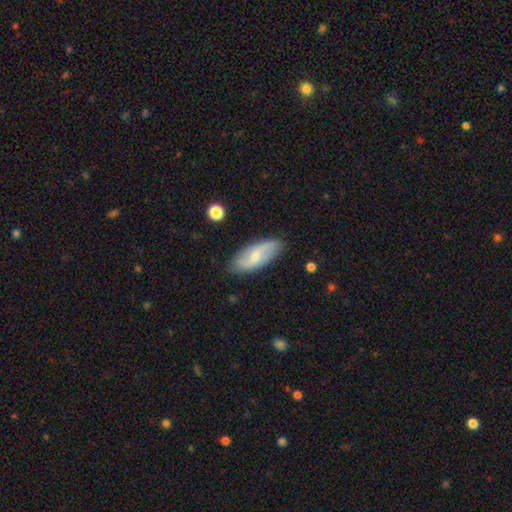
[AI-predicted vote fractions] This appears to be a featured or disk galaxy (61%) with a weak bar (54%), spiral arms (86%) and a small central bulge (53%). Merging: none (83%).